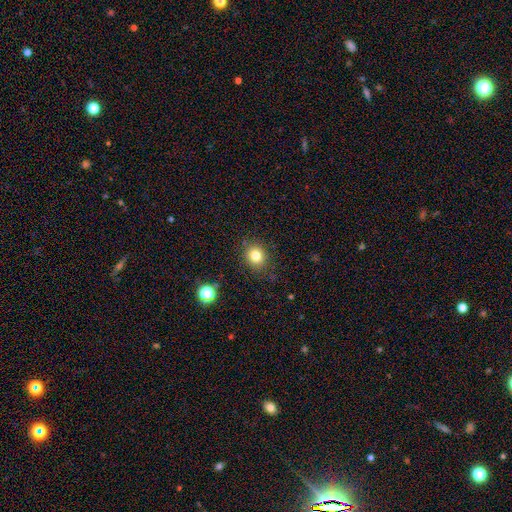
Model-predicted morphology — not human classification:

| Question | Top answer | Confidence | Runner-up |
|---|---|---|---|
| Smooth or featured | smooth | 80% | star or artifact (13%) |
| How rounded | round | 72% | in between (27%) |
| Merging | none | 84% | minor disturbance (11%) |